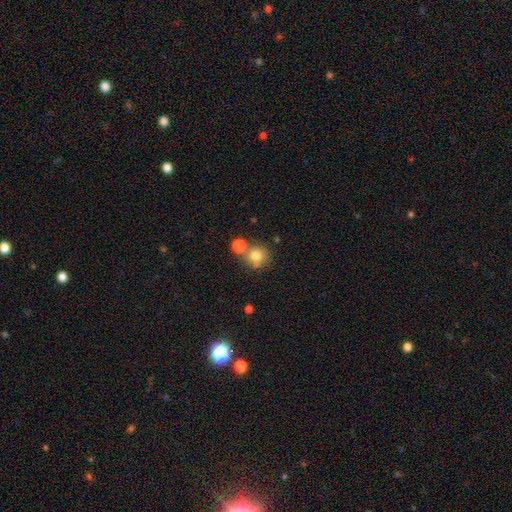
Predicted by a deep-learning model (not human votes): smooth 79%, star or artifact 12%, featured or disk 9%. Down the decision tree: how rounded — round (90%); merging — none (62%).